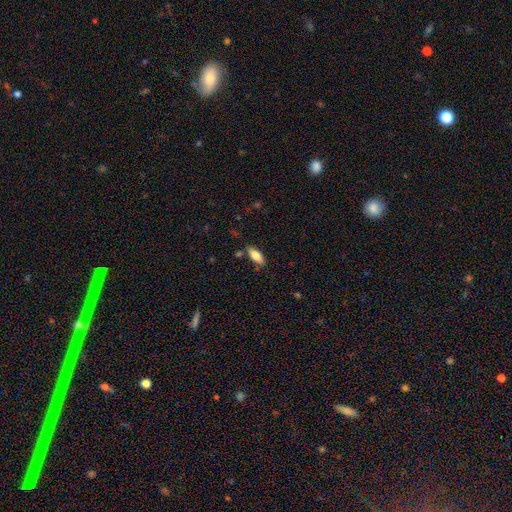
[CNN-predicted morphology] Smooth or featured: smooth — 76% (featured or disk — 17%)
How rounded: in between — 76% (cigar-shaped — 22%)
Merging: none — 82% (minor disturbance — 12%)